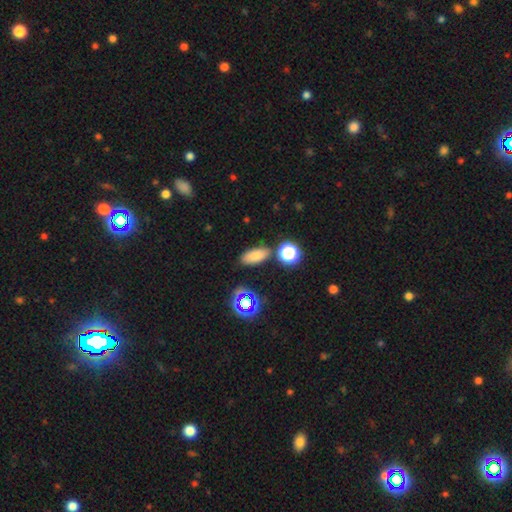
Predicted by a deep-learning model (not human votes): Q: Smooth or featured?
A: smooth (75%); runner-up: star or artifact (17%)
Q: How rounded?
A: in between (80%); runner-up: cigar-shaped (13%)
Q: Merging?
A: none (81%); runner-up: minor disturbance (10%)